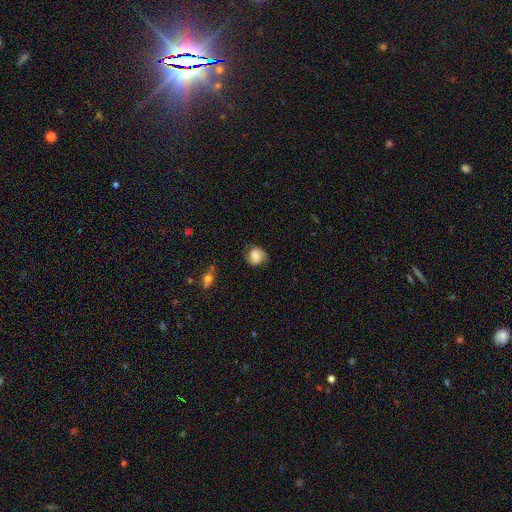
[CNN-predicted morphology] A smooth galaxy with no disk features (67%) that is round (76%). Merging: none (67%).